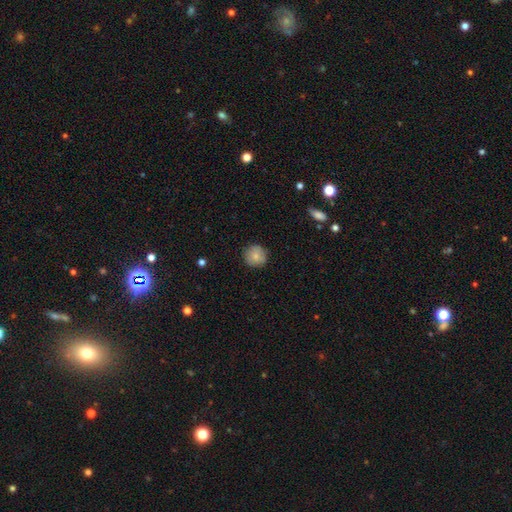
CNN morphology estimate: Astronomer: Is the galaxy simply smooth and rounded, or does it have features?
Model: smooth — 80%.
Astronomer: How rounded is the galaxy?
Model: round — 94%.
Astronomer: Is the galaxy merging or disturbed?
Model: none — 86%.